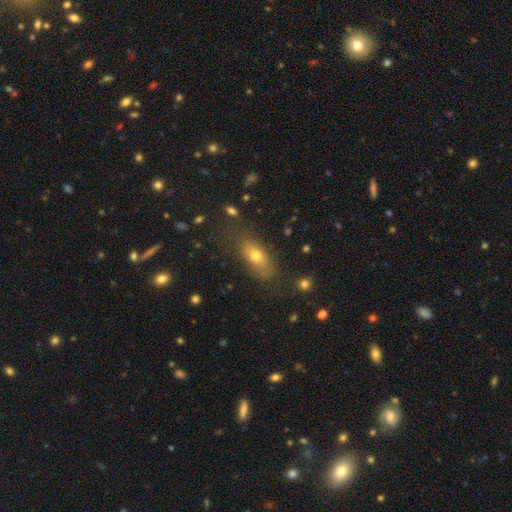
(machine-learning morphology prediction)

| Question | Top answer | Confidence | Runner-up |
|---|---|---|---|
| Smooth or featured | smooth | 67% | featured or disk (22%) |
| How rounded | in between | 73% | cigar-shaped (21%) |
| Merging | none | 72% | minor disturbance (18%) |